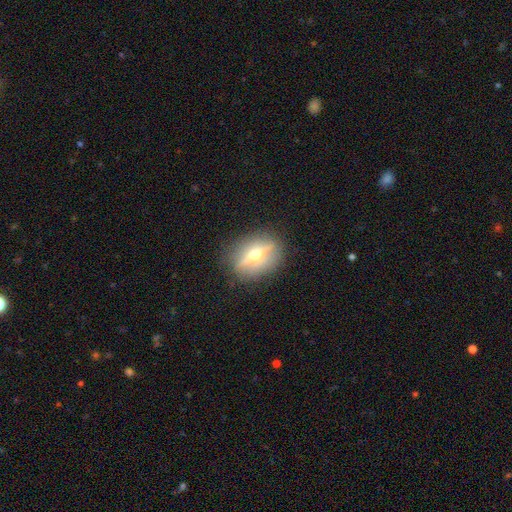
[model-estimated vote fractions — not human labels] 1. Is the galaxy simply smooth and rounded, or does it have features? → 71% featured or disk, 20% smooth, 9% star or artifact.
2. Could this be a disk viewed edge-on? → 76% yes, 24% no.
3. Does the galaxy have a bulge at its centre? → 95% rounded, 3% boxy, 2% none.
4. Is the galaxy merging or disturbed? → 85% none, 10% minor disturbance, 4% major disturbance, 1% merger.